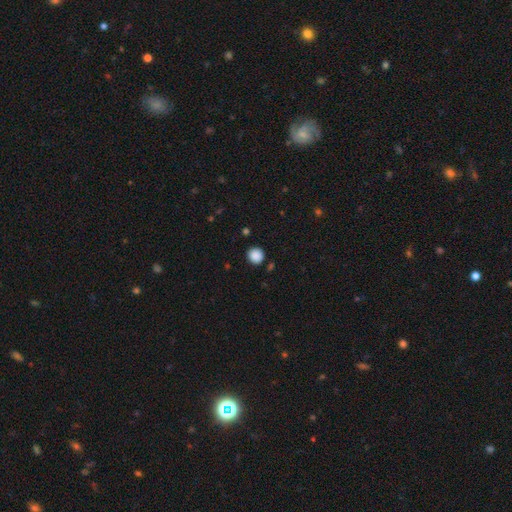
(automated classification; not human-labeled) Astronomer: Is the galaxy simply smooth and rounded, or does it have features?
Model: smooth — 88%.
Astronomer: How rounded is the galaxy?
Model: round — 92%.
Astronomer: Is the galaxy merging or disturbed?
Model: none — 89%.